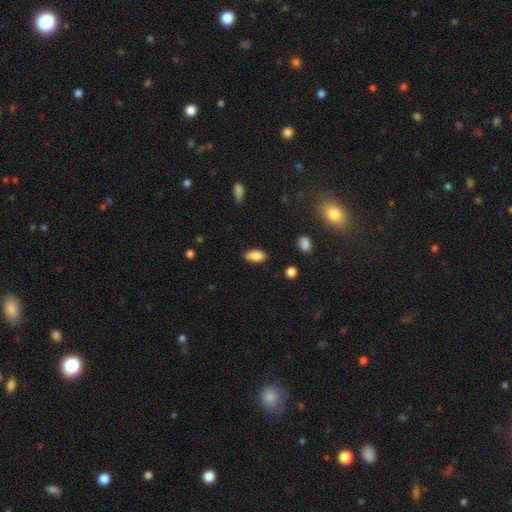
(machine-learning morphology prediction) smooth_or_featured: smooth (p=0.86) [alt: star or artifact p=0.07]
how_rounded: in between (p=0.92) [alt: cigar-shaped p=0.04]
merging: none (p=0.84) [alt: minor disturbance p=0.12]